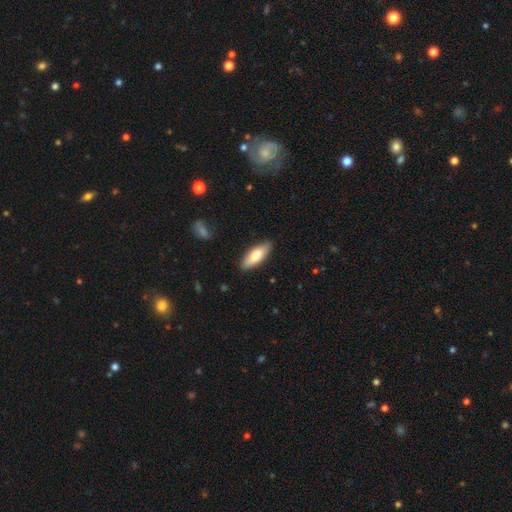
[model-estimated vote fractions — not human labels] Morphology: type=smooth (75%); roundness=in between (66%); merging=none (87%).